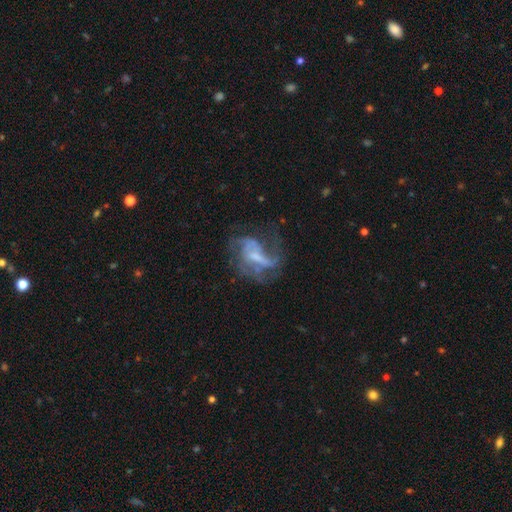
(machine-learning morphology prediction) type=featured or disk (77%); edge-on=no (97%); bar=weak (45%); spiral arms=yes (77%); winding=loose (42%); arm count=2 (31%); bulge=small (37%); merging=none (40%).